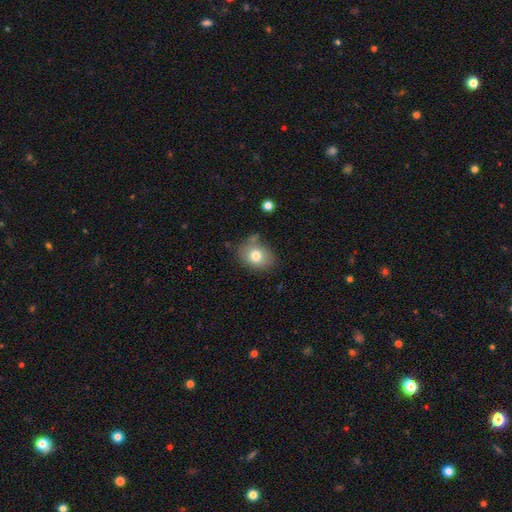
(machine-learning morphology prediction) Smooth or featured? Predicted: smooth (p=0.77). How rounded? Predicted: in between (p=0.55). Merging? Predicted: none (p=0.65).